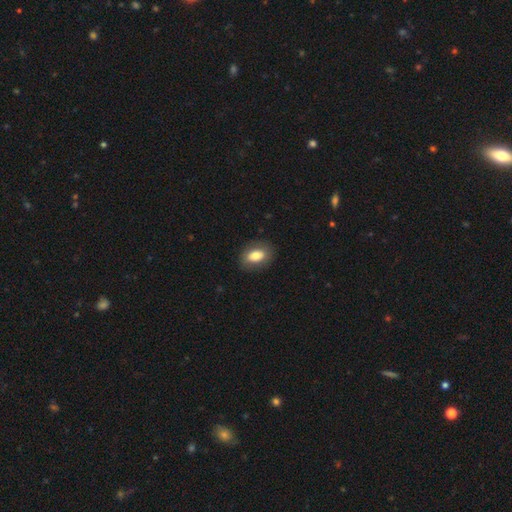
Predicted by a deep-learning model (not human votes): Q: Smooth or featured?
A: smooth (79%); runner-up: featured or disk (14%)
Q: How rounded?
A: in between (85%); runner-up: round (13%)
Q: Merging?
A: none (85%); runner-up: minor disturbance (11%)